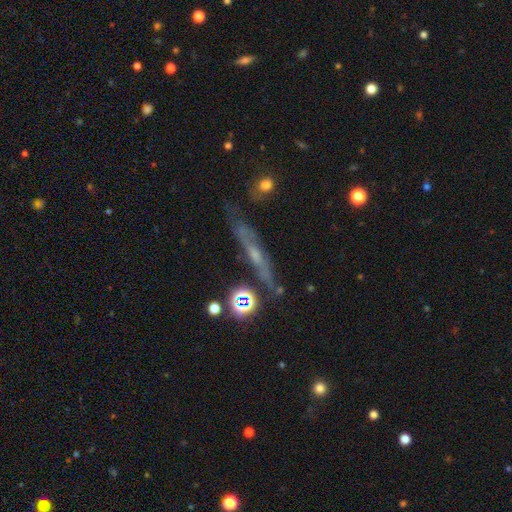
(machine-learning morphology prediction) This is possibly a featured or disk galaxy (59%). It is likely viewed edge-on (75%). Merging: likely none (67%).